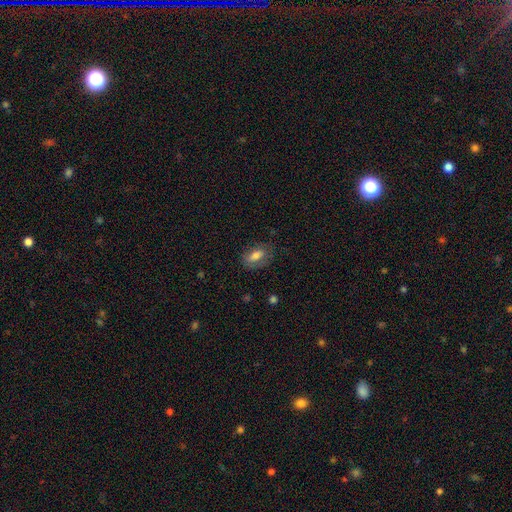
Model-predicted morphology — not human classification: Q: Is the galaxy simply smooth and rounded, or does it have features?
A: smooth — 71%.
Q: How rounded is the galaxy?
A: in between — 86%.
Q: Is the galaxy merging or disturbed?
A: none — 73%.